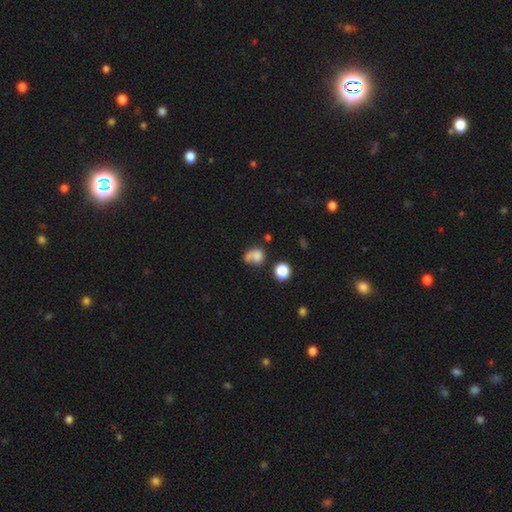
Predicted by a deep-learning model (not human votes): A smooth galaxy with no disk features (70%) that is round (61%).

Vote fractions:
- Smooth or featured? smooth: 70% / featured or disk: 16% / star or artifact: 14%
- How rounded? round: 61% / in between: 37% / cigar-shaped: 2%
- Merging? none: 37% / merger: 25% / major disturbance: 20% / minor disturbance: 19%